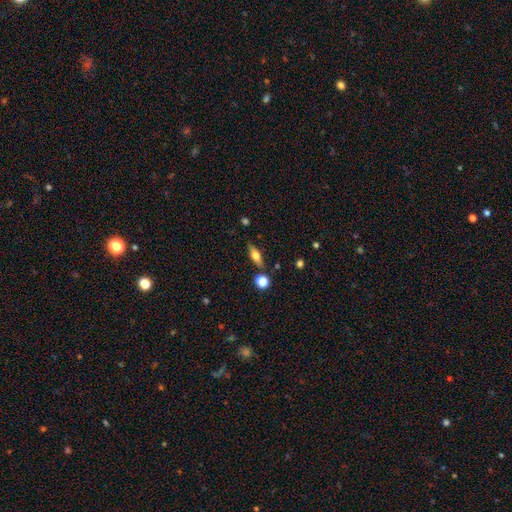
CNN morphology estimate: Smooth or featured? smooth (66%)
How rounded? in between (68%)
Merging? none (79%)